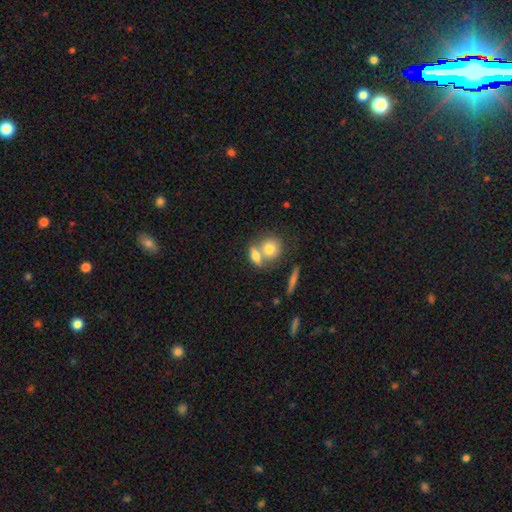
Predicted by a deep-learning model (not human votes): Smooth or featured? smooth (71%)
How rounded? in between (57%)
Merging? merger (49%)